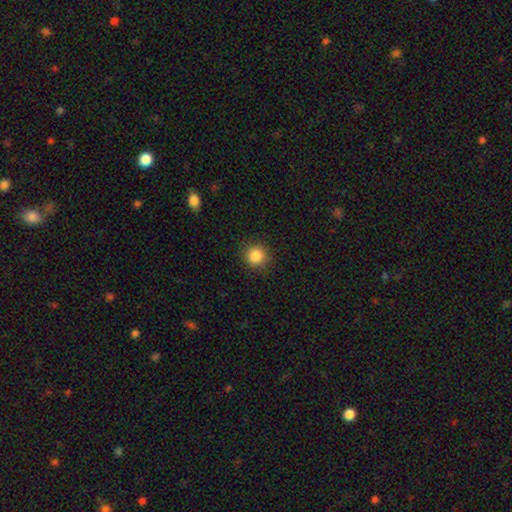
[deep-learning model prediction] Morphology: type=smooth (86%); roundness=round (93%); merging=none (90%).